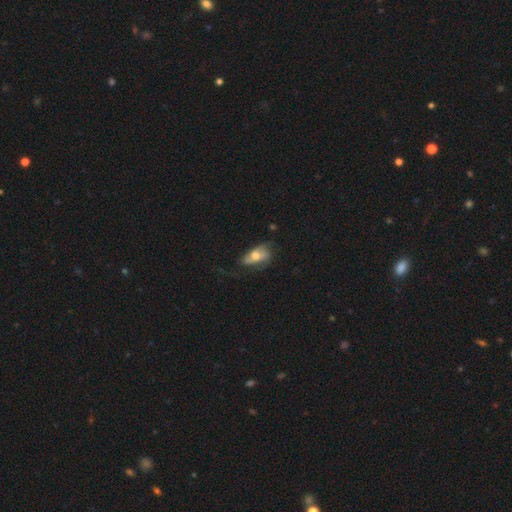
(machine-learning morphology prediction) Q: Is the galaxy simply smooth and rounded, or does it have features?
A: smooth — 50%.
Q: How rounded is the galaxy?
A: in between — 86%.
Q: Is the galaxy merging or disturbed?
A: none — 46%.